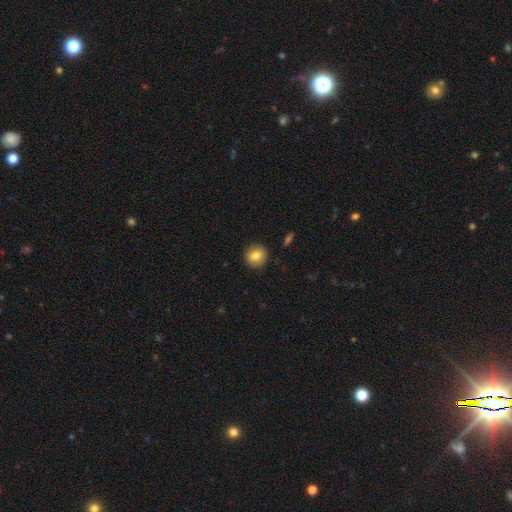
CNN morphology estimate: A smooth galaxy with no disk features (80%) that is round (90%). Merging: none (90%).